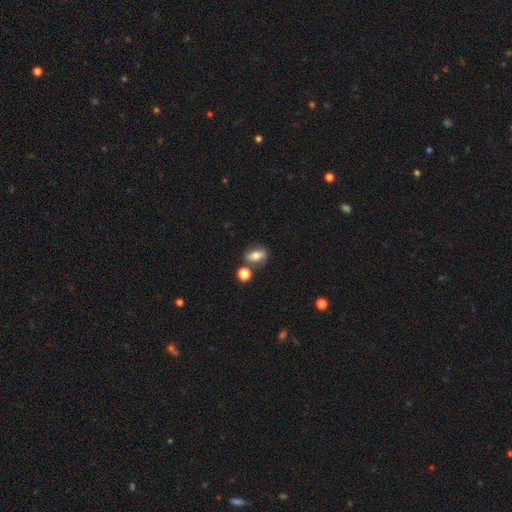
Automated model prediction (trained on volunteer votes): Overall: smooth (68%). How rounded: in between (75%). Merging: none (65%).